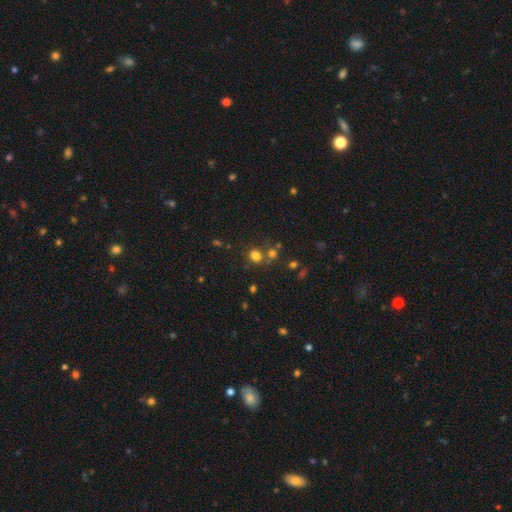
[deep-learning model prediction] Morphology: type=smooth (72%); roundness=round (71%); merging=none (66%).